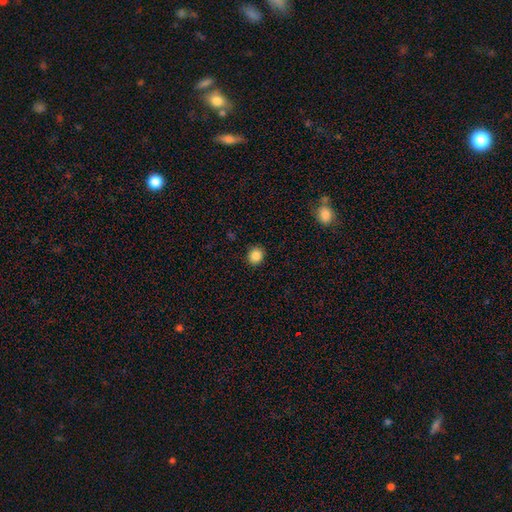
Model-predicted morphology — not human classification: A smooth galaxy with no disk features (86%) that is round (83%).

Vote fractions:
- Smooth or featured? smooth: 86% / star or artifact: 10% / featured or disk: 4%
- How rounded? round: 83% / in between: 16% / cigar-shaped: 1%
- Merging? none: 90% / minor disturbance: 7% / major disturbance: 2% / merger: 1%